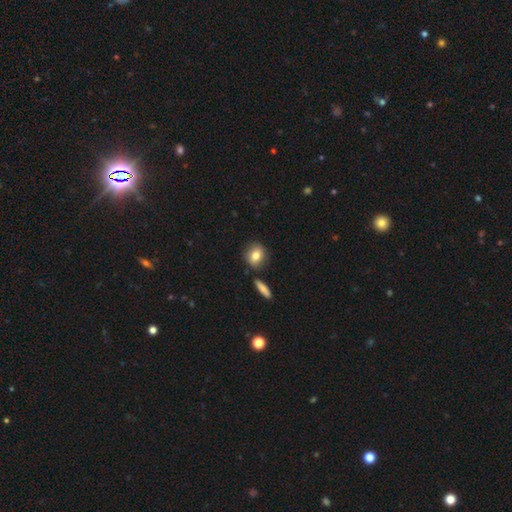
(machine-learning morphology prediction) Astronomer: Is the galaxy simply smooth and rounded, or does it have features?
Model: smooth — 80%.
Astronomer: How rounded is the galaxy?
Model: round — 57% (runner-up: in between, 40%).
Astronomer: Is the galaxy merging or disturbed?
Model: none — 79%.